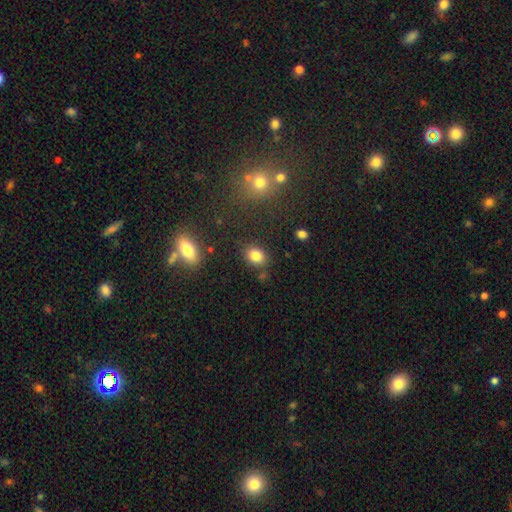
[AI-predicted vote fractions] A smooth galaxy with no disk features (83%) that is in between round and cigar-shaped (62%).

Vote fractions:
- Smooth or featured? smooth: 83% / star or artifact: 11% / featured or disk: 6%
- How rounded? in between: 62% / round: 37% / cigar-shaped: 1%
- Merging? none: 80% / minor disturbance: 12% / merger: 5% / major disturbance: 3%